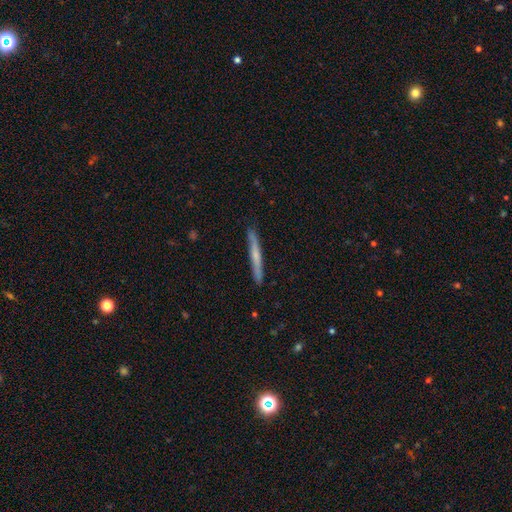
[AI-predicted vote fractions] smooth-or-featured: smooth: 47% (tied) | featured or disk: 47% (tied) | star or artifact: 6%
  merging: none: 88% | minor disturbance: 9% | major disturbance: 2% | merger: 1%